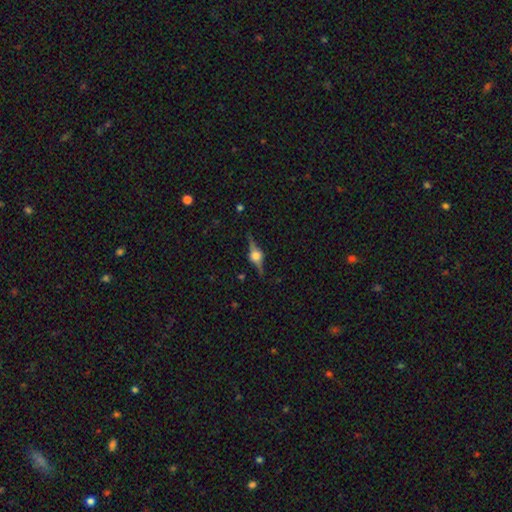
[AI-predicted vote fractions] Smooth or featured?
  - featured or disk: 84% *
  - smooth: 9%
  - star or artifact: 7%
Edge-on disk?
  - yes: 97% *
  - no: 3%
Edge-on bulge?
  - rounded: 93% *
  - boxy: 6%
  - none: 1%
Merging?
  - none: 88% *
  - minor disturbance: 9%
  - major disturbance: 2%
  - merger: 1%